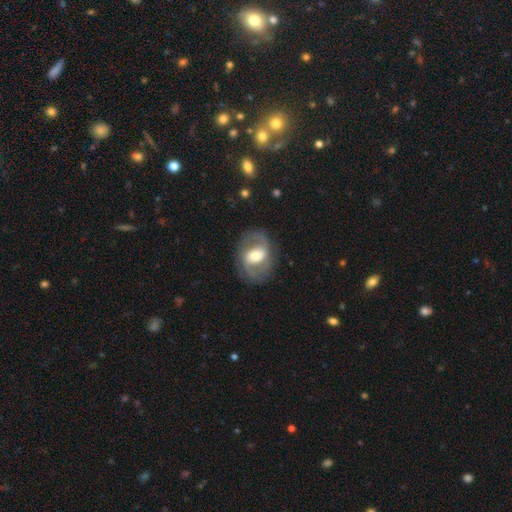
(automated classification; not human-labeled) Morphology: type=featured or disk (77%); edge-on=no (97%); bar=weak (43%); spiral arms=yes (88%); winding=medium (51%); arm count=2 (88%); bulge=moderate (63%); merging=none (78%).